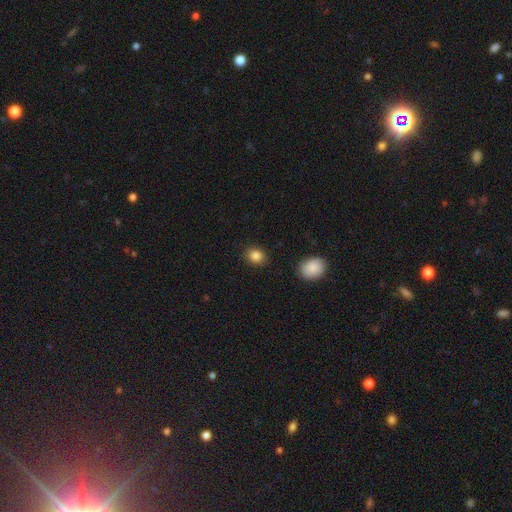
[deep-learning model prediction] Smooth or featured: smooth — 86% (star or artifact — 10%)
How rounded: round — 66% (in between — 33%)
Merging: none — 88% (minor disturbance — 8%)